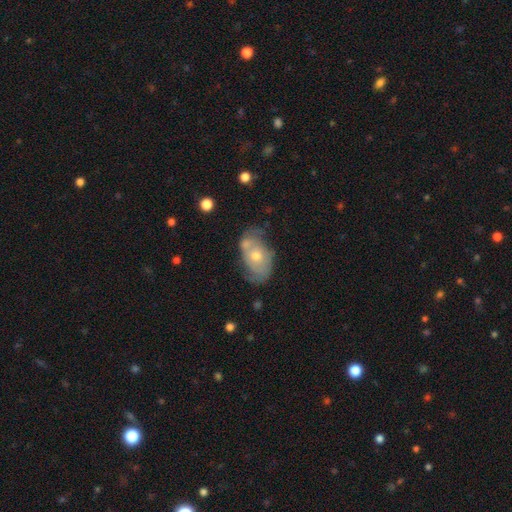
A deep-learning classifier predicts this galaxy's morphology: type=featured or disk (55%); edge-on=no (93%); bar=no (83%); spiral arms=yes (58%); bulge=moderate (54%); merging=none (47%).